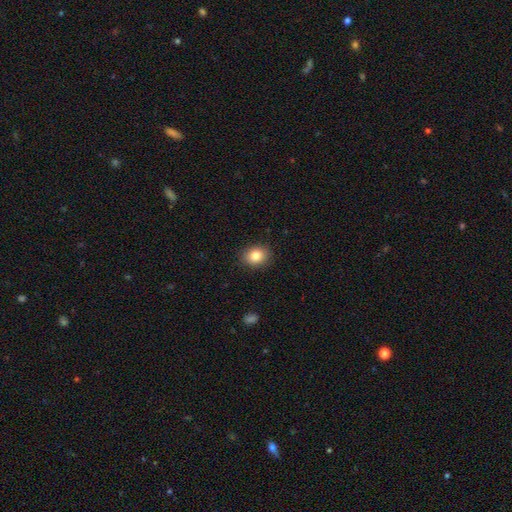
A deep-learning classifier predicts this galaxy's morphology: type=smooth (83%); roundness=round (57%); merging=none (89%).